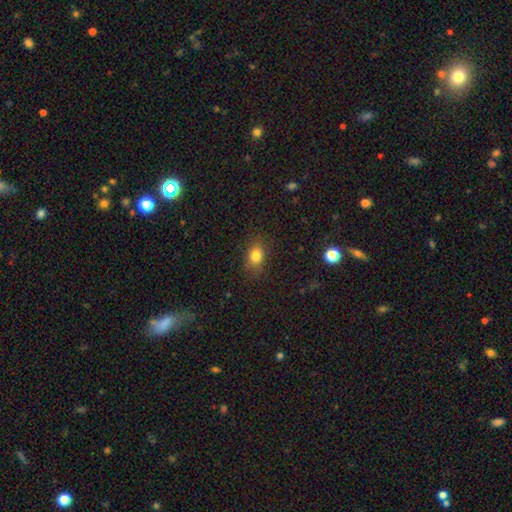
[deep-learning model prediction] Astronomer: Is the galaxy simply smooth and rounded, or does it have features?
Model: smooth — 81%.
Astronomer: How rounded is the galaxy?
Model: in between — 58% (runner-up: round, 41%).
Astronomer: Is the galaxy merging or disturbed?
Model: none — 83%.